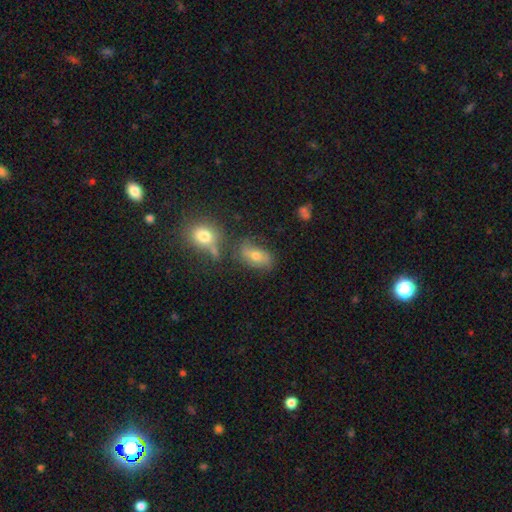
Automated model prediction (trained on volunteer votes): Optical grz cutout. It shows a smooth galaxy with no disk features (61%) that is in between round and cigar-shaped (82%). Merging: none (62%).